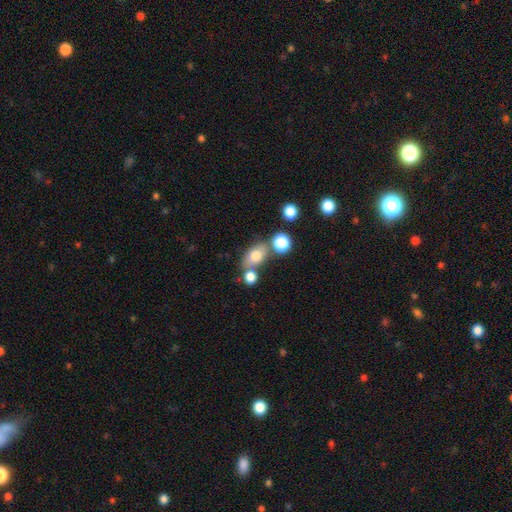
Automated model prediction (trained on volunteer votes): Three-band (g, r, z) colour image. It shows a smooth galaxy with no disk features (71%) that is in between round and cigar-shaped (72%). Merging: none (53%).